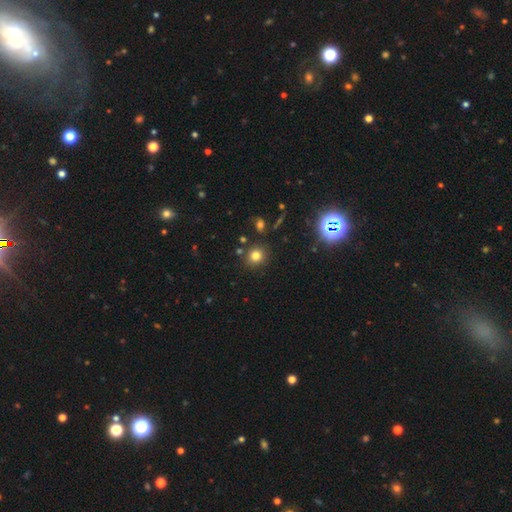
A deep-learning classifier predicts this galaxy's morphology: type=smooth (77%); roundness=round (83%); merging=none (84%).